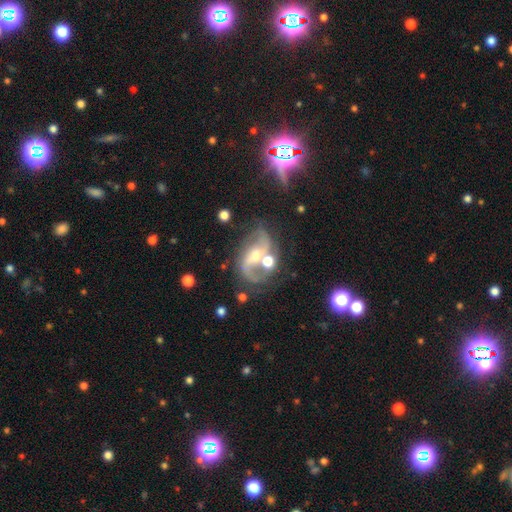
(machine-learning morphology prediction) A featured or disk galaxy (81%) with no bar (38%, tied with weak), 2 (86%) loose (45%) spiral arms (92%) and a moderate central bulge (59%).

Vote fractions:
- Smooth or featured? featured or disk: 81% / star or artifact: 10% / smooth: 9%
- Edge-on disk? no: 97% / yes: 3%
- Bar? no: 38% (tied) / weak: 38% (tied) / strong: 23%
- Spiral arms? yes: 92% / no: 8%
- Spiral winding? loose: 45% / medium: 44% / tight: 11%
- Spiral arm count? 2: 86% / 1: 6% / can't tell: 4% / 3: 2% / 4: 1% / more than 4: 1%
- Bulge size? moderate: 59% / small: 30% / large: 6% / none: 4% / dominant: 2%
- Merging? none: 48% / merger: 25% / minor disturbance: 15% / major disturbance: 13%